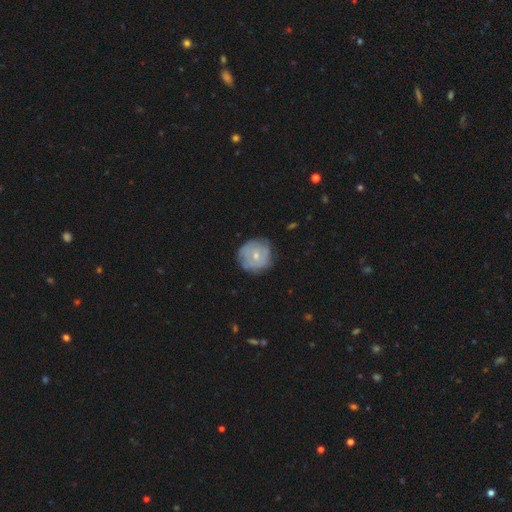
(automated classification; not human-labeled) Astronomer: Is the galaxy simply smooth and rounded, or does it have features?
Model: featured or disk — 49% (runner-up: smooth, 45%).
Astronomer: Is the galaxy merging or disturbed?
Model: none — 72%.